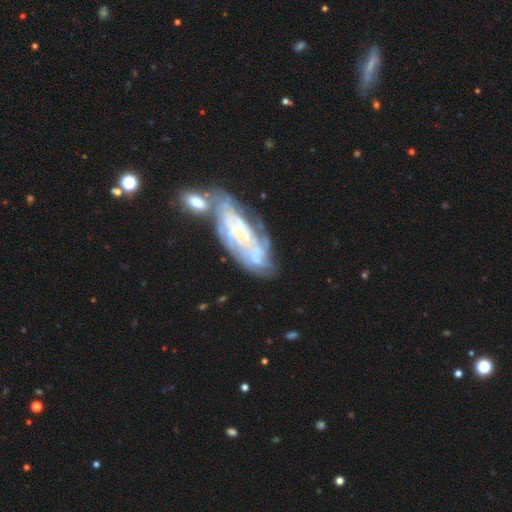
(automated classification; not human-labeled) Smooth or featured? Predicted: featured or disk (p=0.70). Edge-on disk? Predicted: no (p=0.91). Bar? Predicted: no (p=0.65). Spiral arms? Predicted: yes (p=0.59). Bulge size? Predicted: none (p=0.43). Merging? Predicted: none (p=0.38).